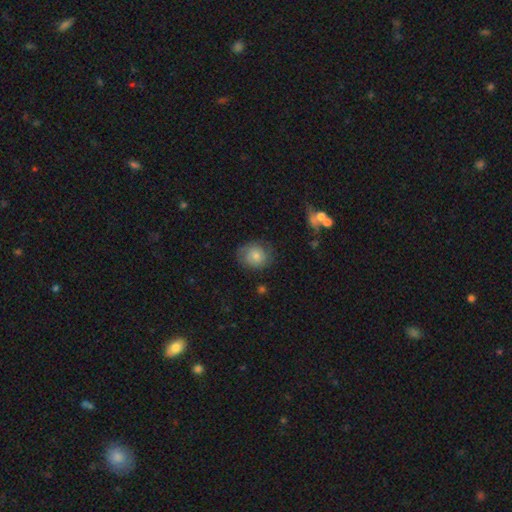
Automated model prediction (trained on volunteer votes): Smooth or featured: smooth — 68% (featured or disk — 23%)
How rounded: round — 72% (in between — 27%)
Merging: none — 70% (minor disturbance — 21%)